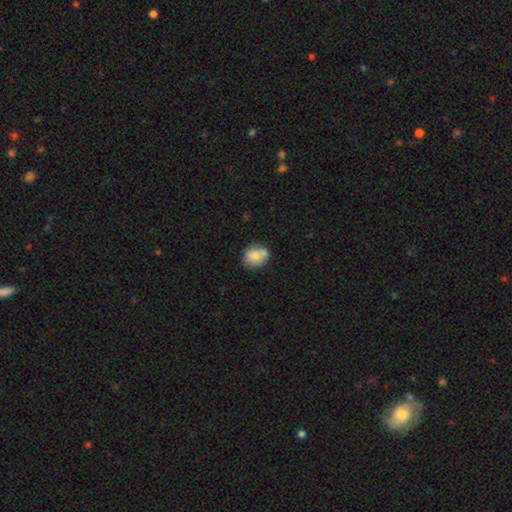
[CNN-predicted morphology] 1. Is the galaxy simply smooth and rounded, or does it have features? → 78% smooth, 14% featured or disk, 8% star or artifact.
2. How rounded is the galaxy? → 64% round, 35% in between, 1% cigar-shaped.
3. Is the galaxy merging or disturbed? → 58% none, 20% merger, 18% minor disturbance, 4% major disturbance.